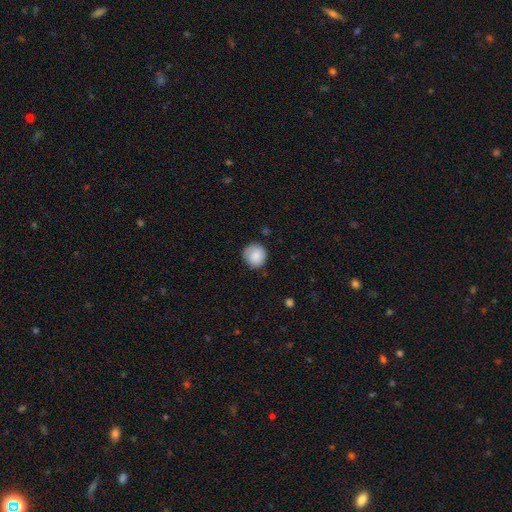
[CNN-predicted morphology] Smooth or featured? smooth (86%)
How rounded? round (91%)
Merging? none (79%)